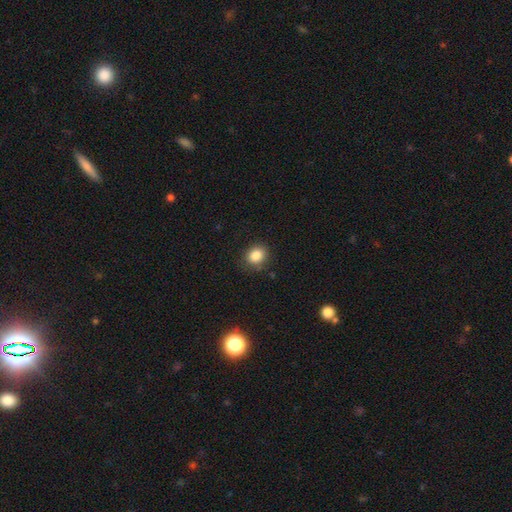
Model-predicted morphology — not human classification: A smooth galaxy with no disk features (84%) that is round (61%). Merging: none (82%).